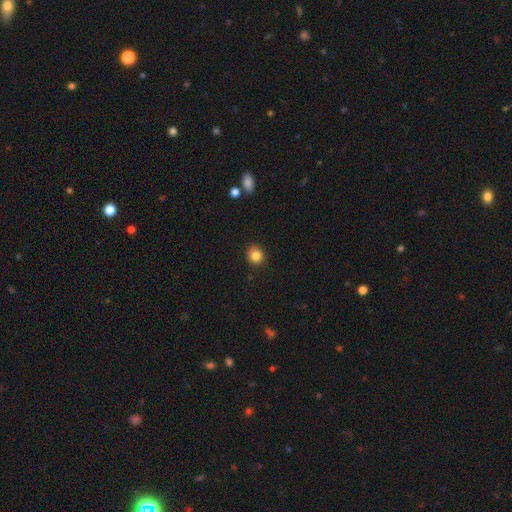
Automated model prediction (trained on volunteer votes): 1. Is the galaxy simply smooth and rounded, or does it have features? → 84% smooth, 11% star or artifact, 5% featured or disk.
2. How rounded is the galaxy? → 85% round, 14% in between, 1% cigar-shaped.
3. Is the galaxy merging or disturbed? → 89% none, 8% minor disturbance, 2% major disturbance, 1% merger.